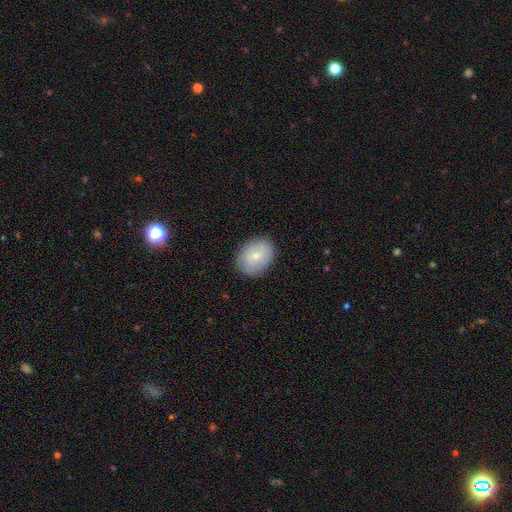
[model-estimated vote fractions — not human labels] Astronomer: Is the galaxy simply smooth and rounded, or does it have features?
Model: smooth — 75%.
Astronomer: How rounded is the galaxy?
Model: in between — 70%.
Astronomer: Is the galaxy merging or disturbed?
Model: none — 84%.